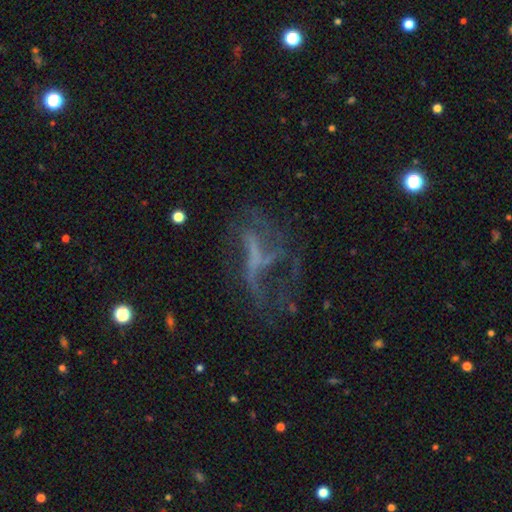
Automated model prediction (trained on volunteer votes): This is likely a featured or disk galaxy (61%). It is clearly not viewed edge-on (92%). Bar: possibly no (55%). Spiral arm pattern: possibly no (60%). Central bulge: likely none (74%). Merging: marginally major disturbance (44%).